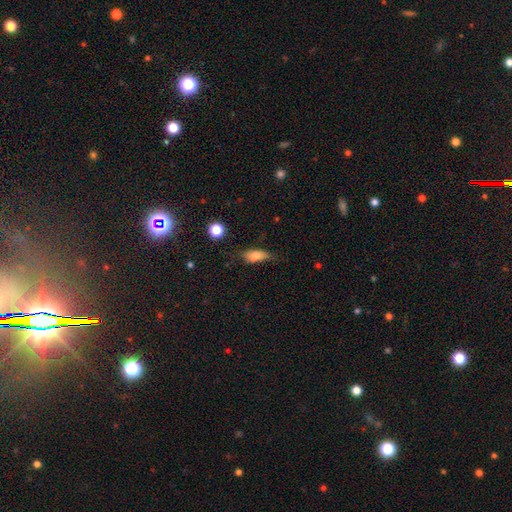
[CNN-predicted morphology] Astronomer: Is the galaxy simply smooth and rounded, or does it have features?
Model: smooth — 74%.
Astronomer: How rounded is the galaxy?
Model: in between — 71%.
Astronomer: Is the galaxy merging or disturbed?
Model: none — 59%.